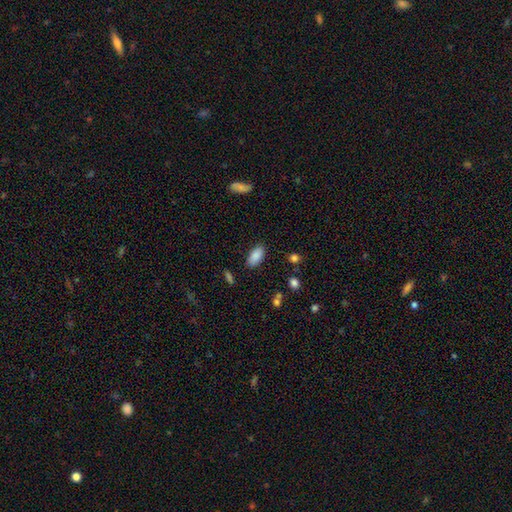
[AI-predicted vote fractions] This appears to be a smooth galaxy with no disk features (87%) that is in between round and cigar-shaped (93%). Merging: none (86%).